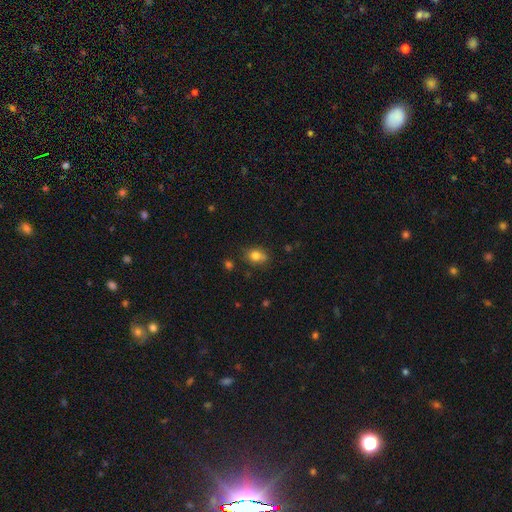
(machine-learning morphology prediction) A smooth galaxy with no disk features (80%) that is in between round and cigar-shaped (60%).

Vote fractions:
- Smooth or featured? smooth: 80% / star or artifact: 11% / featured or disk: 9%
- How rounded? in between: 60% / round: 38% / cigar-shaped: 2%
- Merging? none: 68% / minor disturbance: 22% / merger: 6% / major disturbance: 5%